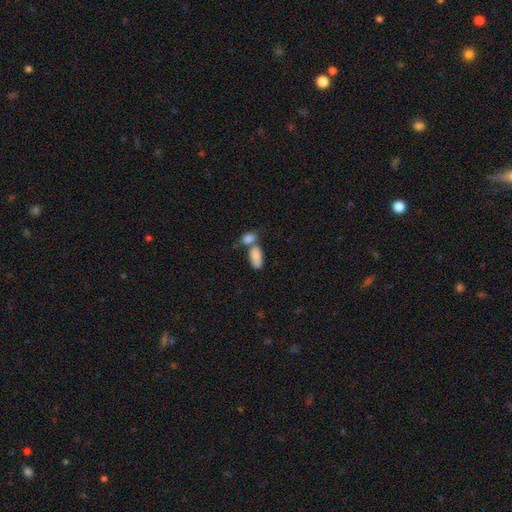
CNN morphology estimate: Overall: smooth (84%). How rounded: in between (91%). Merging: merger (56%; none 29%).